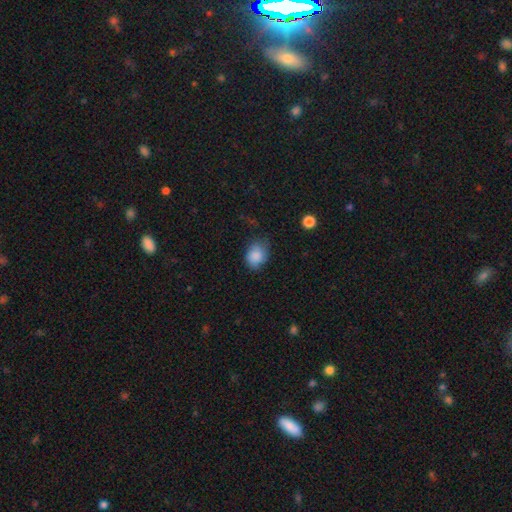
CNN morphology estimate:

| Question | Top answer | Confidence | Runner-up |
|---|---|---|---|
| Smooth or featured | smooth | 85% | star or artifact (9%) |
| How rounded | in between | 57% | round (42%) |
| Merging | none | 60% | minor disturbance (30%) |